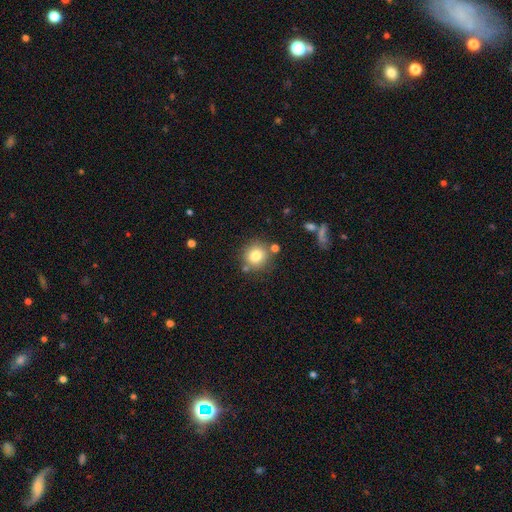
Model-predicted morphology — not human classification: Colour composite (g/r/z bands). It shows a smooth galaxy with no disk features (80%) that is round (89%). Merging: none (77%).